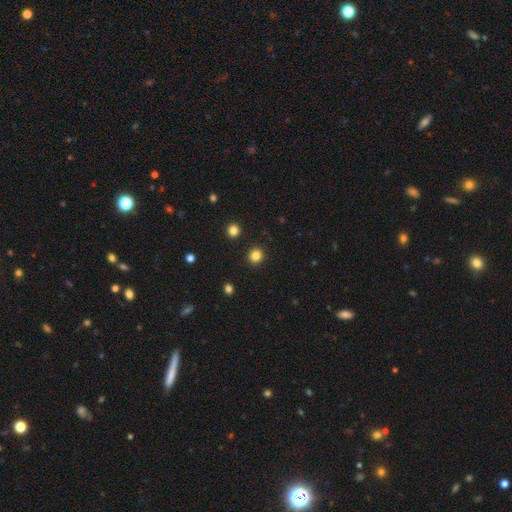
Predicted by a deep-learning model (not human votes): Morphology: type=smooth (83%); roundness=round (91%); merging=none (92%).